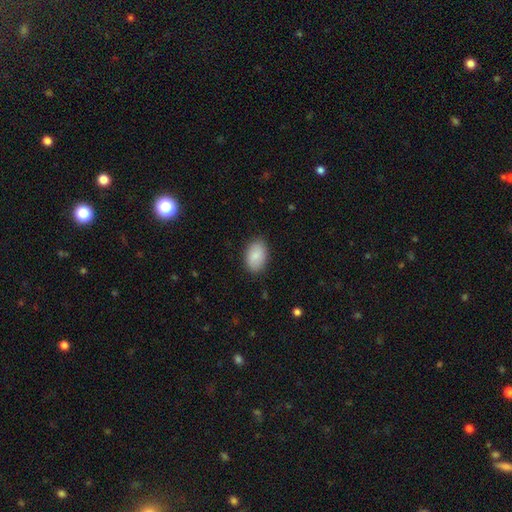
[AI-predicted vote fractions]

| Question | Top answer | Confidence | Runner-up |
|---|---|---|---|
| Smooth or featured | smooth | 87% | featured or disk (7%) |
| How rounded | in between | 91% | round (8%) |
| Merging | none | 85% | minor disturbance (12%) |